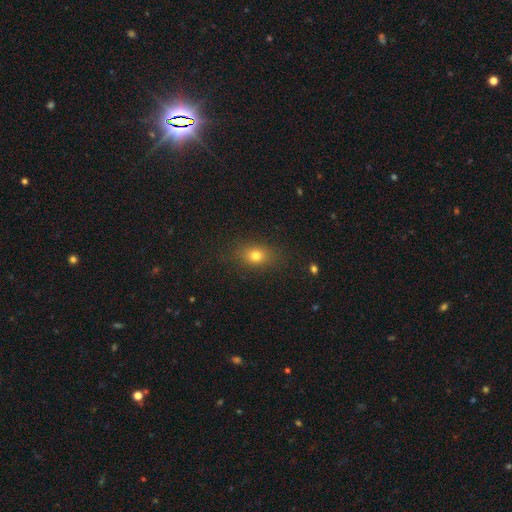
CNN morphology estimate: The model was most divided on "how rounded": in between: 64%, round: 33%, cigar-shaped: 3%. More confident: merging — none (84%); smooth or featured — smooth (77%).